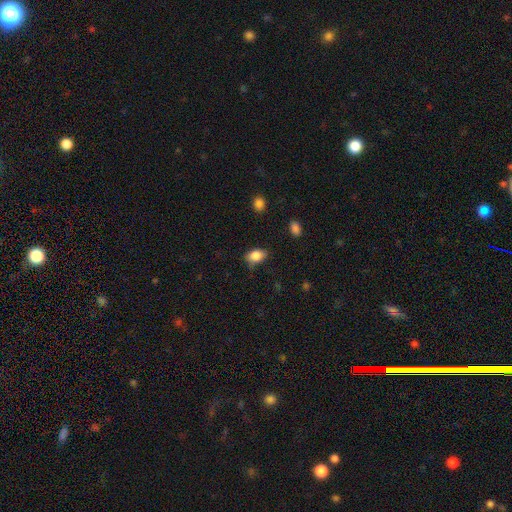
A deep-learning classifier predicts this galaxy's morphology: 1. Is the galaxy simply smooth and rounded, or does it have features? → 86% smooth, 9% star or artifact, 6% featured or disk.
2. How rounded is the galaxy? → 80% in between, 18% round, 1% cigar-shaped.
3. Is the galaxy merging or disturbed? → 68% none, 24% minor disturbance, 5% major disturbance, 2% merger.